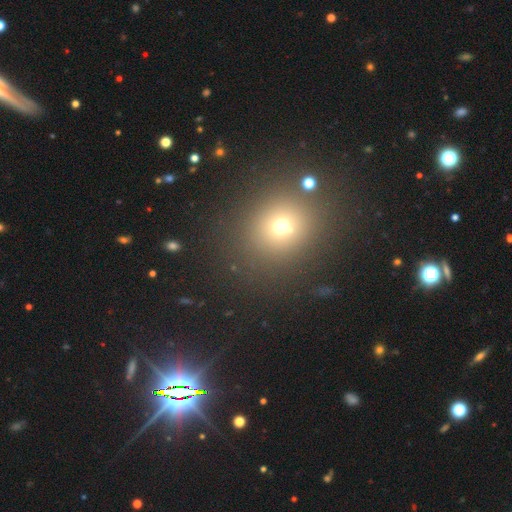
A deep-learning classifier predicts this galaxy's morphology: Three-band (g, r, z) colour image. It shows a smooth galaxy with no disk features (51%) that is round (80%). Merging: none (88%).